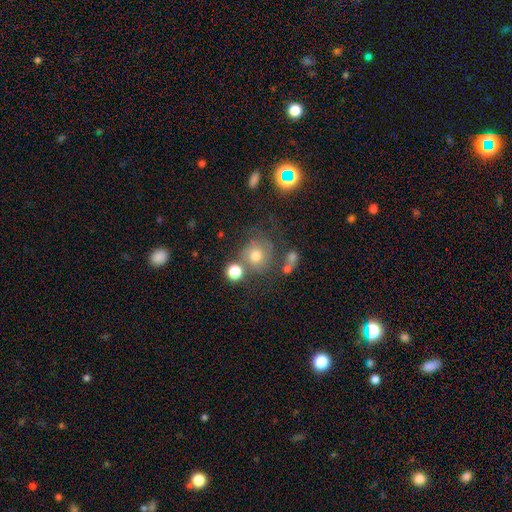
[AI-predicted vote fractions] Smooth or featured: smooth — 65% (featured or disk — 19%)
How rounded: round — 84% (in between — 15%)
Merging: none — 55% (merger — 18%)